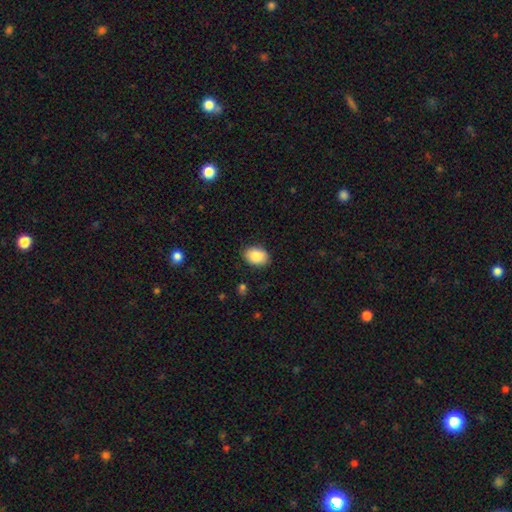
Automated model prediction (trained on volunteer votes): A smooth galaxy with no disk features (86%) that is in between round and cigar-shaped (81%).

Vote fractions:
- Smooth or featured? smooth: 86% / star or artifact: 7% / featured or disk: 7%
- How rounded? in between: 81% / round: 18% / cigar-shaped: 1%
- Merging? none: 87% / minor disturbance: 10% / major disturbance: 2% / merger: 1%